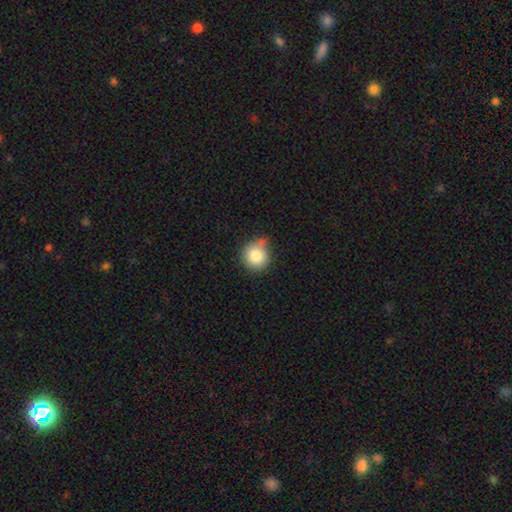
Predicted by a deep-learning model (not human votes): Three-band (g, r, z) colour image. It shows a smooth galaxy with no disk features (83%) that is round (90%). Merging: none (61%).